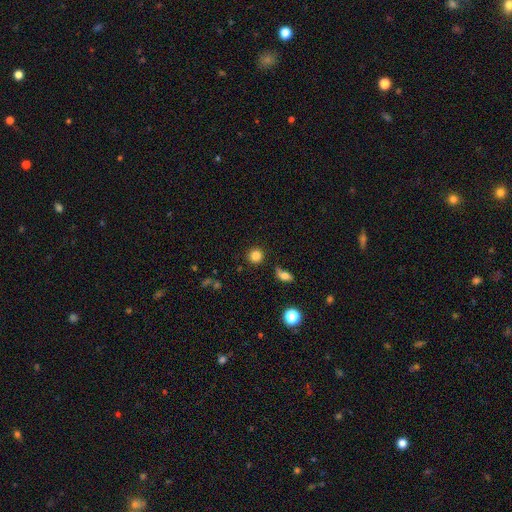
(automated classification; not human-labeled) smooth-or-featured: smooth: 84% | star or artifact: 11% | featured or disk: 5%
  how-rounded: round: 92% | in between: 7% | cigar-shaped: 1%
  merging: none: 86% | minor disturbance: 8% | merger: 3% | major disturbance: 3%